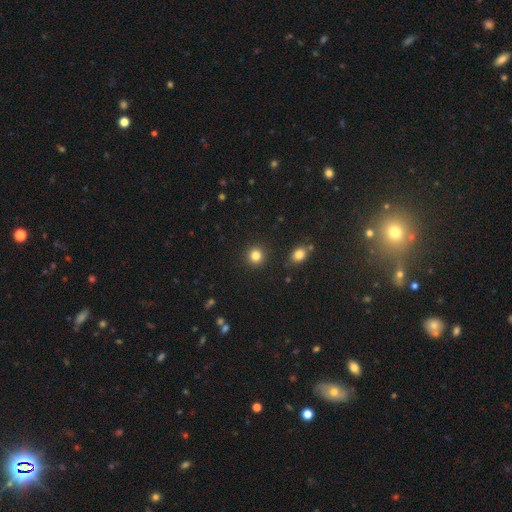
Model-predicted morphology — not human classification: smooth_or_featured: smooth (p=0.83) [alt: star or artifact p=0.12]
how_rounded: round (p=0.92) [alt: in between p=0.07]
merging: none (p=0.91) [alt: minor disturbance p=0.05]